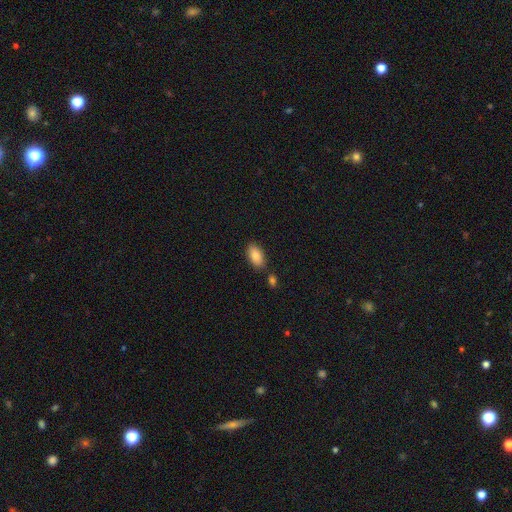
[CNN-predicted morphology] type=smooth (85%); roundness=in between (93%); merging=none (77%).